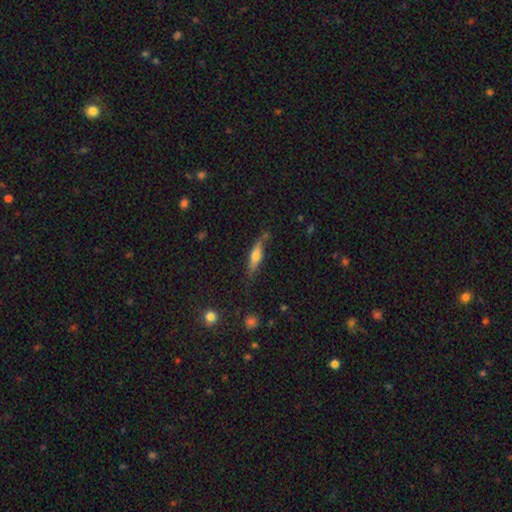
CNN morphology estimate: type=smooth (53%); roundness=cigar-shaped (70%); merging=none (68%).